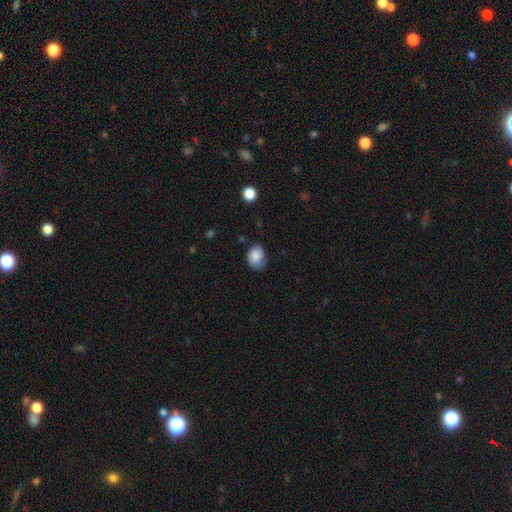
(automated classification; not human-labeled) A smooth galaxy with no disk features (84%) that is in between round and cigar-shaped (54%).

Vote fractions:
- Smooth or featured? smooth: 84% / star or artifact: 8% / featured or disk: 8%
- How rounded? in between: 54% / round: 45% / cigar-shaped: 1%
- Merging? none: 58% / minor disturbance: 32% / major disturbance: 8% / merger: 2%